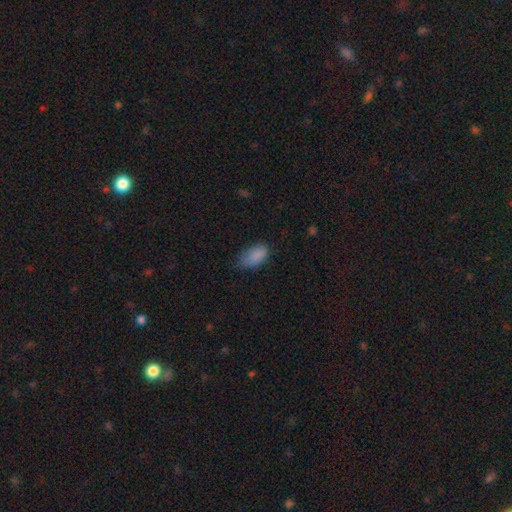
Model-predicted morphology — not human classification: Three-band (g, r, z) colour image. It shows a smooth galaxy with no disk features (86%) that is in between round and cigar-shaped (93%). Merging: none (54%).